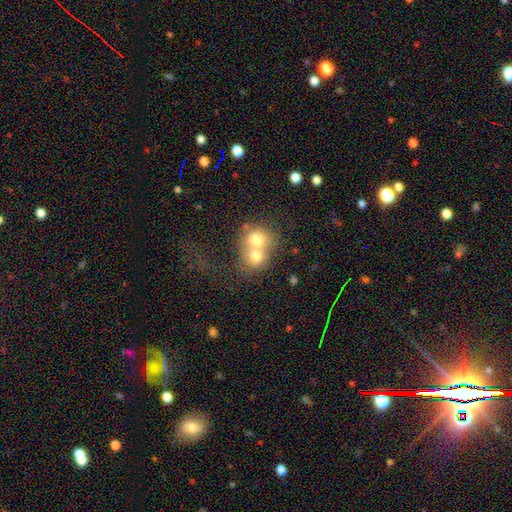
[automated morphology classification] A smooth galaxy with no disk features (68%) that is round (72%).

Vote fractions:
- Smooth or featured? smooth: 68% / featured or disk: 22% / star or artifact: 10%
- How rounded? round: 72% / in between: 27% / cigar-shaped: 1%
- Merging? merger: 73% / none: 19% / minor disturbance: 5% / major disturbance: 3%